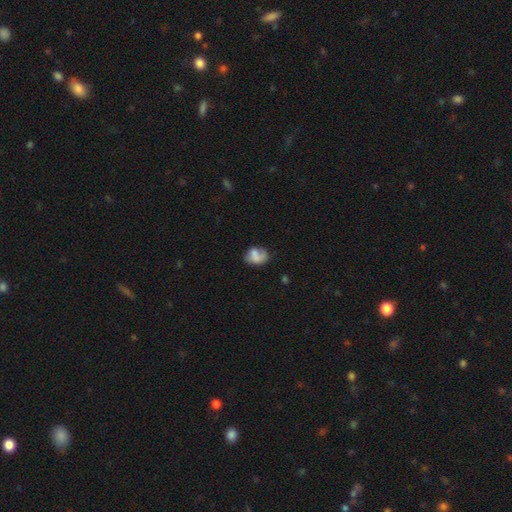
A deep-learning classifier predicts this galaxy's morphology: Smooth or featured?
  - smooth: 70% *
  - featured or disk: 20%
  - star or artifact: 9%
How rounded?
  - in between: 67% *
  - round: 31%
  - cigar-shaped: 1%
Merging?
  - none: 46% *
  - minor disturbance: 30%
  - major disturbance: 14%
  - merger: 9%